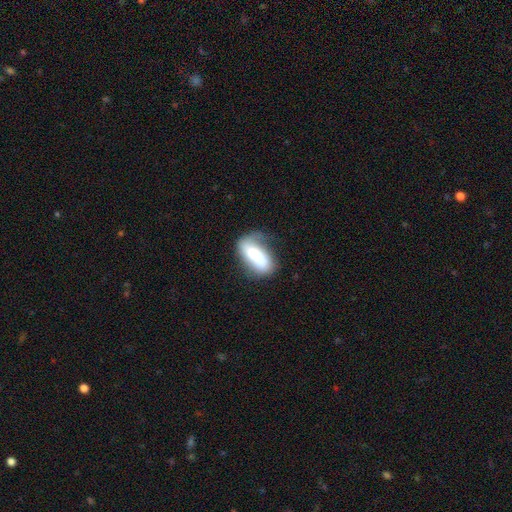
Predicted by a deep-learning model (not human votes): Q: Smooth or featured?
A: smooth (64%); runner-up: featured or disk (29%)
Q: How rounded?
A: in between (76%); runner-up: cigar-shaped (20%)
Q: Merging?
A: none (50%); runner-up: minor disturbance (31%)